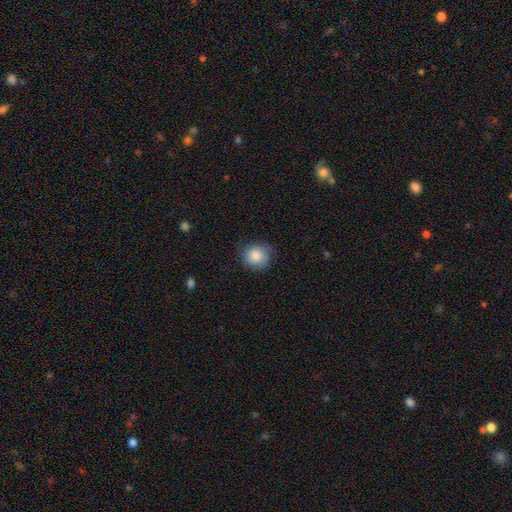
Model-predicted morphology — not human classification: Smooth or featured?
  - smooth: 85% *
  - featured or disk: 8%
  - star or artifact: 7%
How rounded?
  - round: 88% *
  - in between: 11%
  - cigar-shaped: 1%
Merging?
  - none: 76% *
  - minor disturbance: 19%
  - major disturbance: 4%
  - merger: 1%